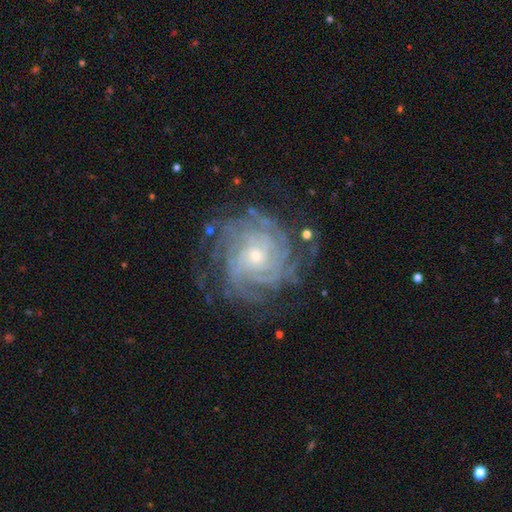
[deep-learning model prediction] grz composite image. It shows a featured or disk galaxy (89%) with no bar (73%), tight (79%) spiral arms (97%) and a small central bulge (70%). Merging: none (74%).